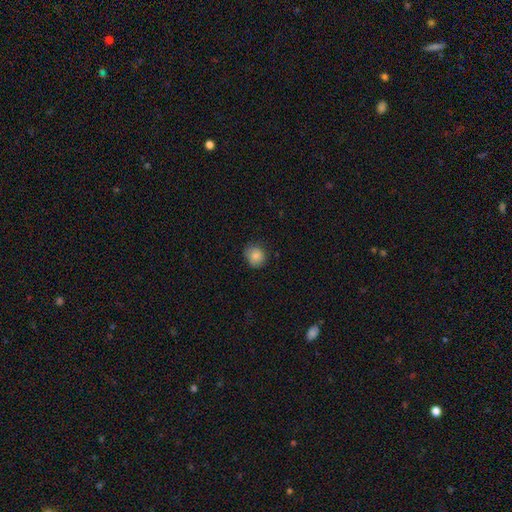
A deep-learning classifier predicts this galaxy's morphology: Smooth or featured? Predicted: smooth (p=0.84). How rounded? Predicted: round (p=0.76). Merging? Predicted: none (p=0.75).